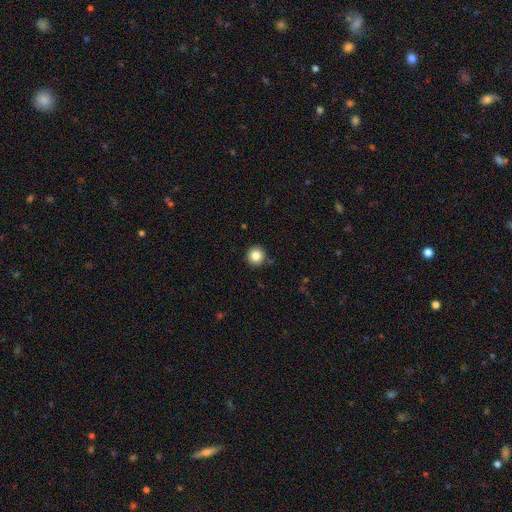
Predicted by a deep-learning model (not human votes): Smooth or featured: smooth — 83% (star or artifact — 11%)
How rounded: round — 95% (in between — 4%)
Merging: none — 90% (minor disturbance — 6%)